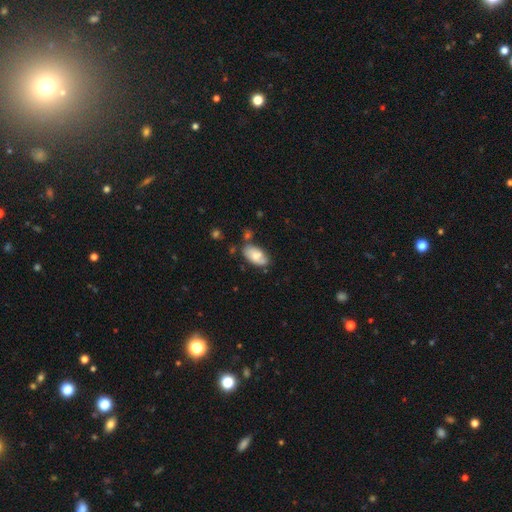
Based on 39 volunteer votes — Smooth or featured? smooth (67%)
How rounded? in between (100%)
Merging? none (55%)